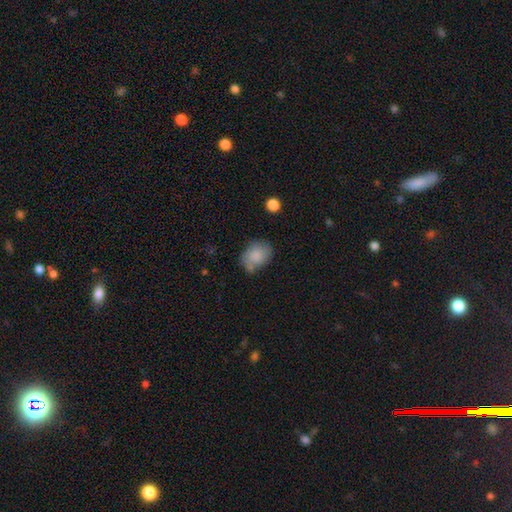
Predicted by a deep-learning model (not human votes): Smooth or featured? smooth (77%)
How rounded? in between (72%)
Merging? none (59%)